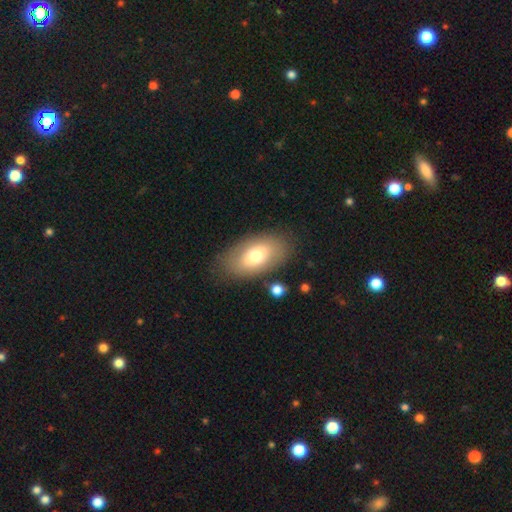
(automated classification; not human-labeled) This appears to be a smooth galaxy with no disk features (69%) that is in between round and cigar-shaped (92%). Merging: none (80%).